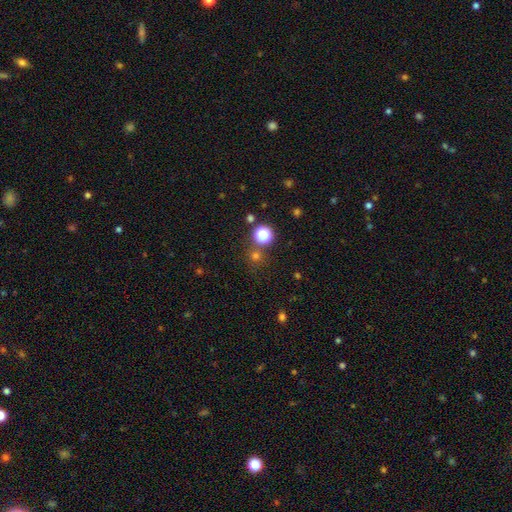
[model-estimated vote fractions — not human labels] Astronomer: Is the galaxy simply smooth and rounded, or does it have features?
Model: smooth — 61%.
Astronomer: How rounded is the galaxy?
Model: round — 93%.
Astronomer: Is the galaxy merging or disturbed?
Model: none — 76%.